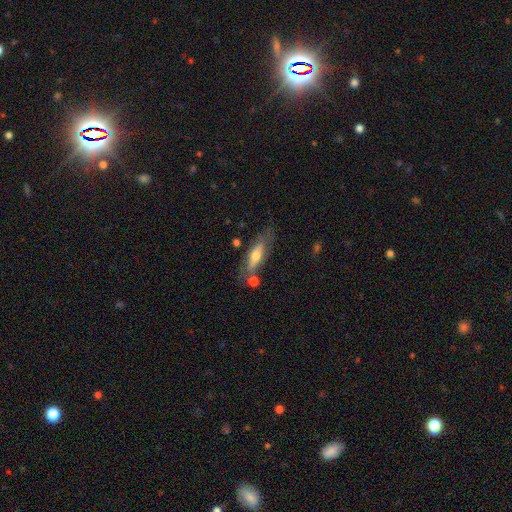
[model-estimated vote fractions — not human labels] The model was most divided on "smooth or featured" (2-way tie): featured or disk: 47%, smooth: 47%, star or artifact: 7%. More confident: merging — none (63%).